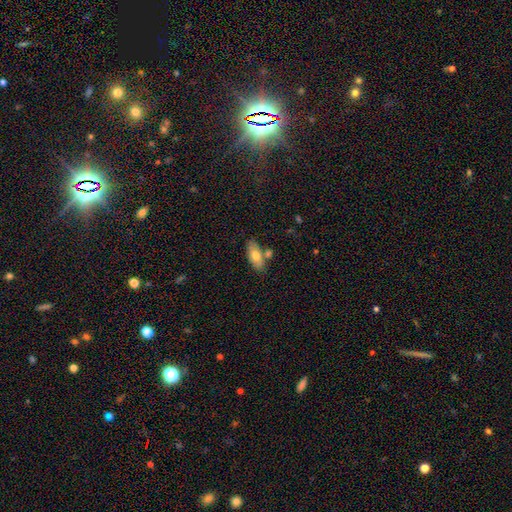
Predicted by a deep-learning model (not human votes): This appears to be a smooth galaxy with no disk features (73%) that is in between round and cigar-shaped (84%). Merging: none (69%).